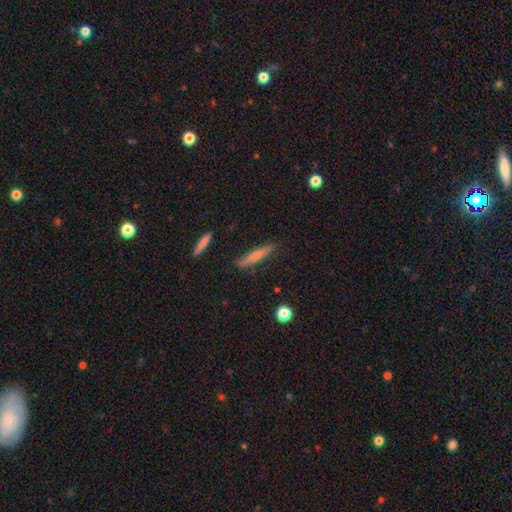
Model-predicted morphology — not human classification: Overall: smooth (73%). How rounded: cigar-shaped (91%). Merging: none (85%).